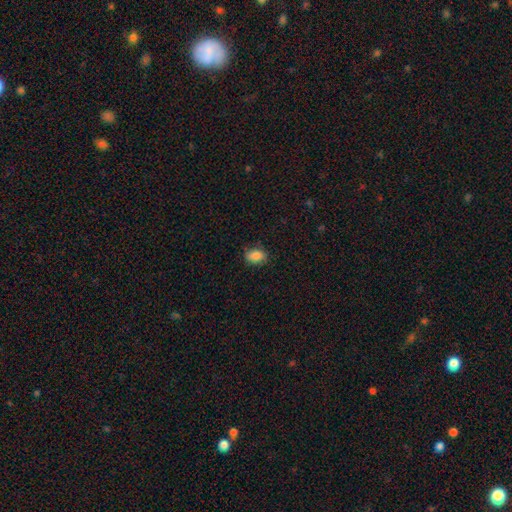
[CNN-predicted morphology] Overall: smooth (85%). How rounded: in between (79%). Merging: none (81%).